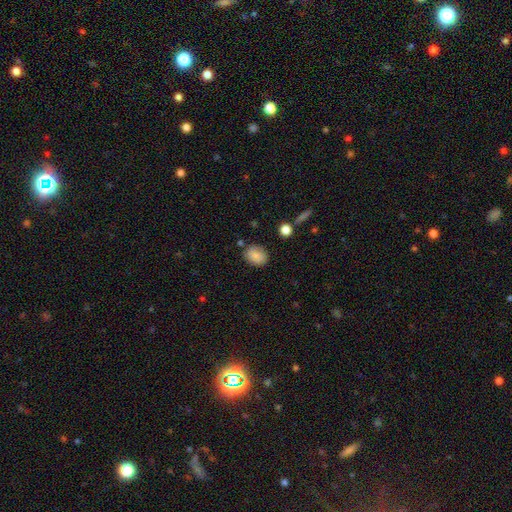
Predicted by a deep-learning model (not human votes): Smooth or featured?
  - smooth: 83% *
  - featured or disk: 9%
  - star or artifact: 9%
How rounded?
  - in between: 61% *
  - round: 37%
  - cigar-shaped: 1%
Merging?
  - none: 81% *
  - minor disturbance: 13%
  - major disturbance: 3%
  - merger: 3%